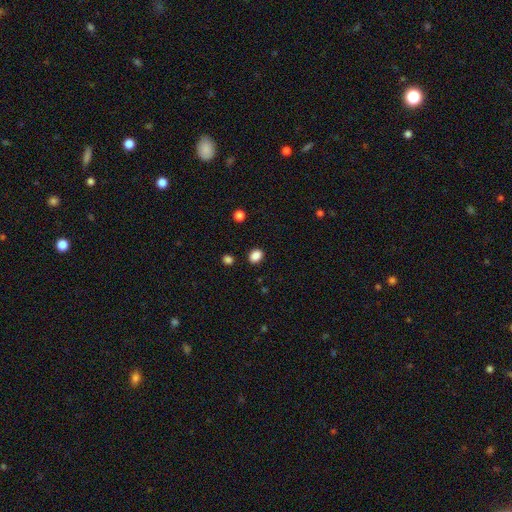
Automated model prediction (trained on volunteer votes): Q: Smooth or featured?
A: smooth (88%); runner-up: star or artifact (10%)
Q: How rounded?
A: in between (66%); runner-up: round (33%)
Q: Merging?
A: none (88%); runner-up: minor disturbance (8%)